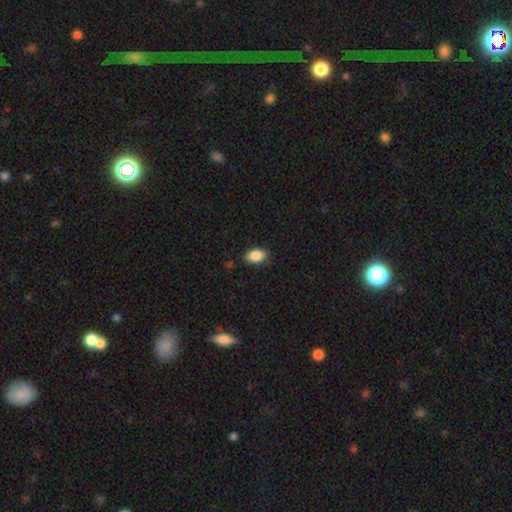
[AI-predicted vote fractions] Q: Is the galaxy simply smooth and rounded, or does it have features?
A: smooth — 87%.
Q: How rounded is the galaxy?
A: in between — 90%.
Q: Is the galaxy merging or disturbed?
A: none — 82%.